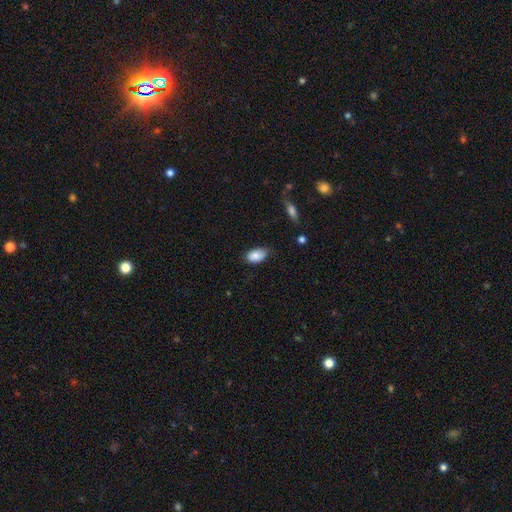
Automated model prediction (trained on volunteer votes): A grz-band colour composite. It shows a smooth galaxy with no disk features (85%) that is in between round and cigar-shaped (92%). Merging: none (69%).